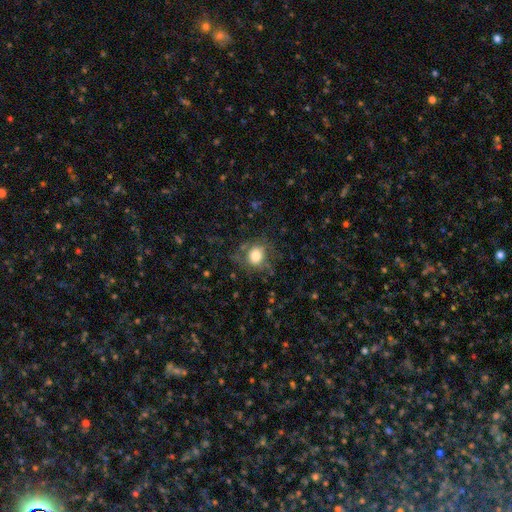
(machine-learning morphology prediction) The model was most divided on "merging": none: 66%, minor disturbance: 19%, major disturbance: 13%, merger: 2%. More confident: how rounded — round (75%); smooth or featured — smooth (73%).